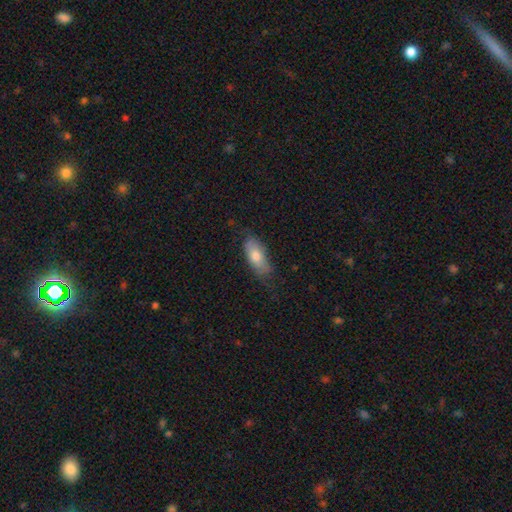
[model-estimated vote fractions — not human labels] smooth_or_featured: smooth (p=0.71) [alt: featured or disk p=0.23]
how_rounded: in between (p=0.83) [alt: cigar-shaped p=0.14]
merging: none (p=0.63) [alt: minor disturbance p=0.28]